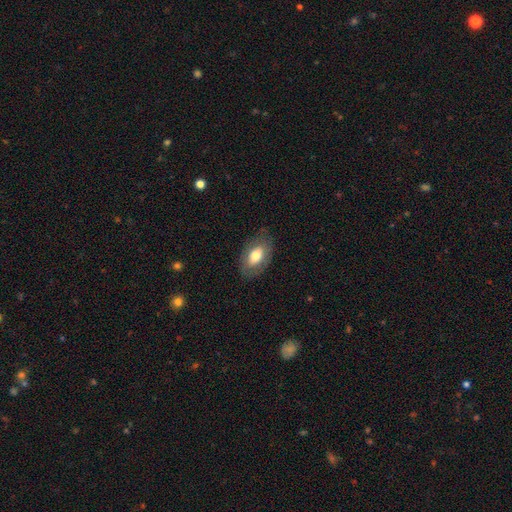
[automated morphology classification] smooth-or-featured: smooth: 67% | featured or disk: 26% | star or artifact: 7%
  how-rounded: in between: 91% | round: 7% | cigar-shaped: 2%
  merging: none: 80% | minor disturbance: 14% | major disturbance: 5% | merger: 1%